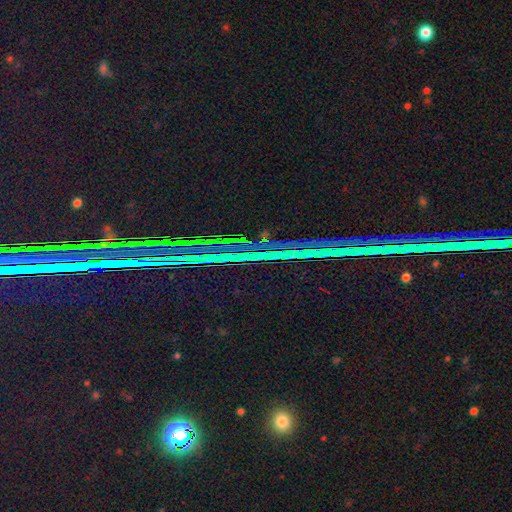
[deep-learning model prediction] Smooth or featured: star or artifact — 87% (featured or disk — 7%)